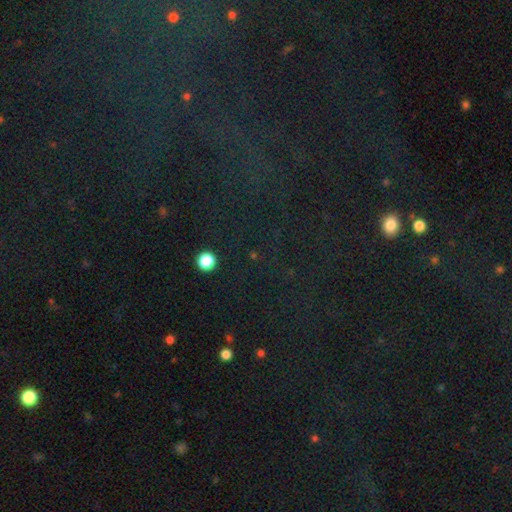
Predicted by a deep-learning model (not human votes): Overall: star or artifact (79%).